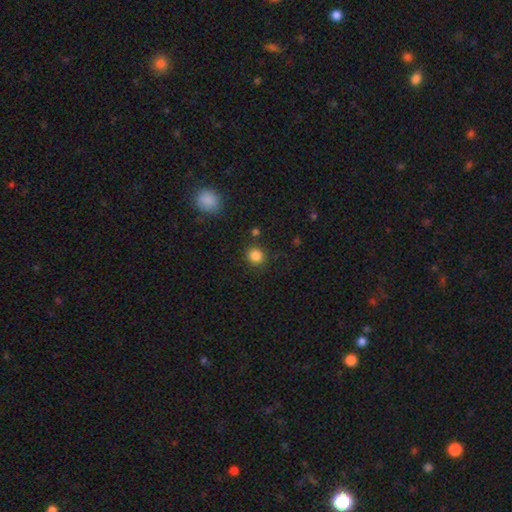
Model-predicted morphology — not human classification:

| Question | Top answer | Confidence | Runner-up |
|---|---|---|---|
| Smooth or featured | smooth | 85% | star or artifact (12%) |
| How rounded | round | 87% | in between (12%) |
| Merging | none | 86% | minor disturbance (8%) |